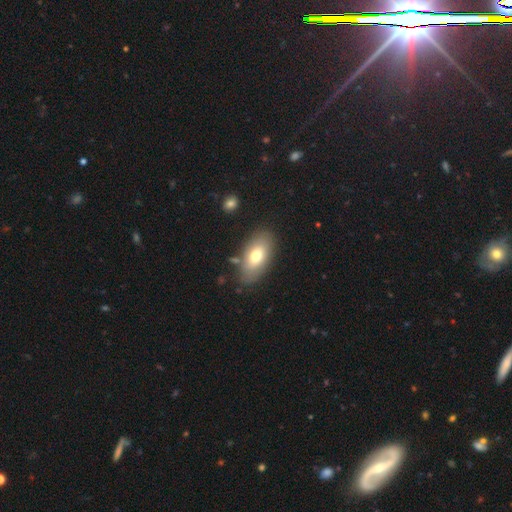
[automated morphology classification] smooth_or_featured: smooth (p=0.69) [alt: featured or disk p=0.24]
how_rounded: in between (p=0.91) [alt: round p=0.05]
merging: none (p=0.79) [alt: minor disturbance p=0.13]